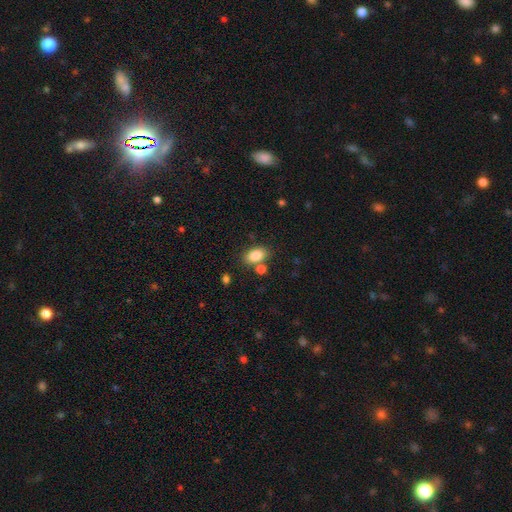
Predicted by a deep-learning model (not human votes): Q: Smooth or featured?
A: smooth (85%); runner-up: star or artifact (9%)
Q: How rounded?
A: in between (87%); runner-up: round (11%)
Q: Merging?
A: none (71%); runner-up: merger (13%)